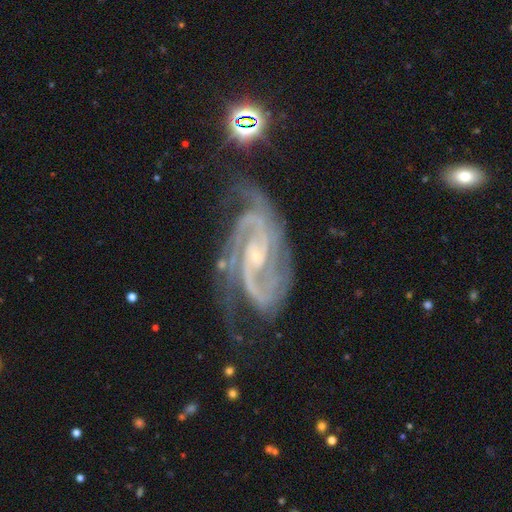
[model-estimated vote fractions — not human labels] Overall: featured or disk (91%). Edge-on disk: no (97%). Bar: weak (44%; no 38%). Spiral arms: yes (98%). Spiral arm count: 2 (54%; 3 22%). Spiral winding: medium (49%; tight 40%). Bulge size: small (68%). Merging: none (61%; minor disturbance 23%).